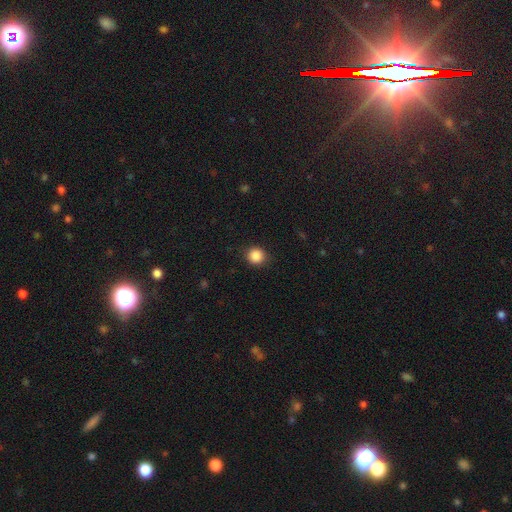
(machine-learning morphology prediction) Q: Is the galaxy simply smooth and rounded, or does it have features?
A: smooth — 87%.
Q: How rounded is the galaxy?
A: round — 92%.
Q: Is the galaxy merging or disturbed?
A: none — 89%.